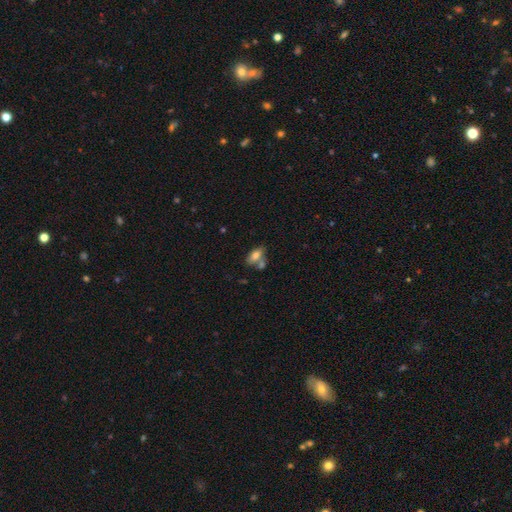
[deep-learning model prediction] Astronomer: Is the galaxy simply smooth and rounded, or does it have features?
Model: smooth — 74%.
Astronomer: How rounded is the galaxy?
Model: in between — 86%.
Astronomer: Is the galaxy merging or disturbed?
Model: none — 50% (runner-up: merger, 32%).